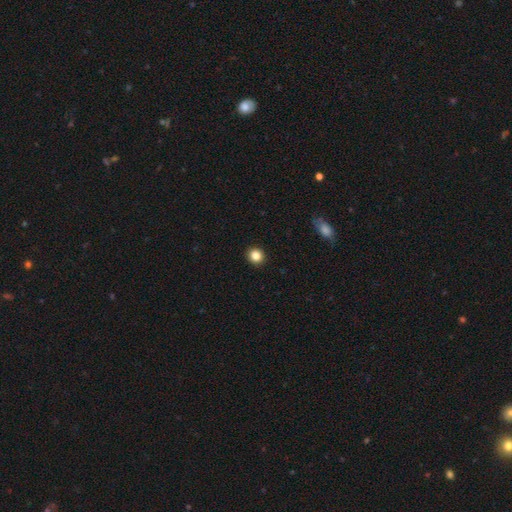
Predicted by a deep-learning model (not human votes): smooth_or_featured: smooth (p=0.85) [alt: star or artifact p=0.11]
how_rounded: round (p=0.87) [alt: in between p=0.12]
merging: none (p=0.93) [alt: minor disturbance p=0.05]